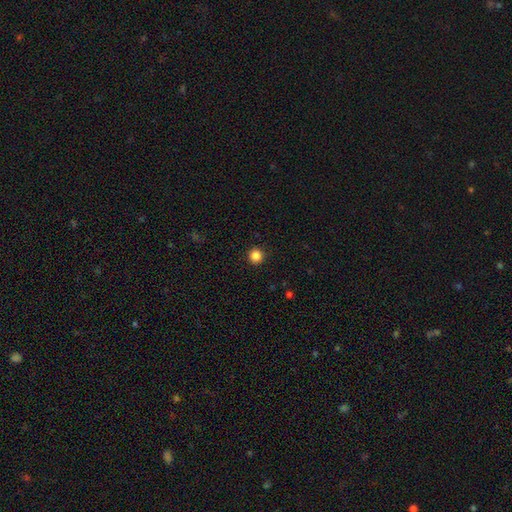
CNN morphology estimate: smooth-or-featured: smooth: 85% | star or artifact: 11% | featured or disk: 3%
  how-rounded: round: 95% | in between: 4% | cigar-shaped: 1%
  merging: none: 93% | minor disturbance: 5% | major disturbance: 2% | merger: 1%